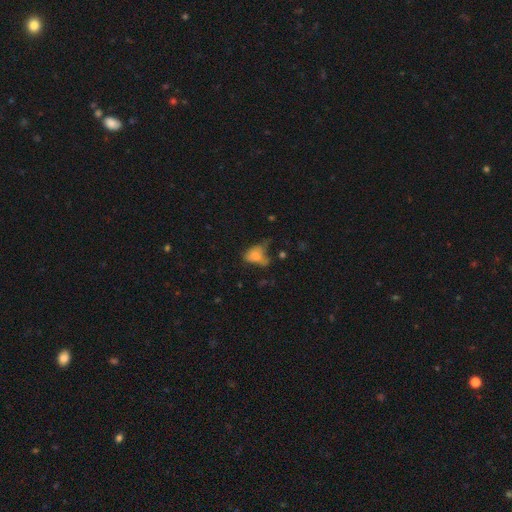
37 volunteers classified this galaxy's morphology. This is likely a smooth galaxy (73%). How rounded: likely in between (78%). Merging: marginally major disturbance (38%).